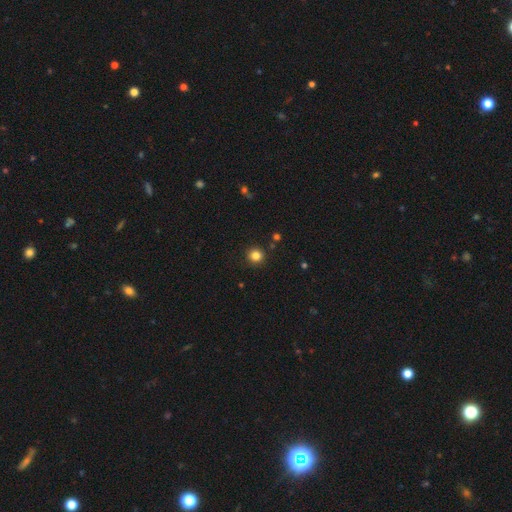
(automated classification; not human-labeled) smooth_or_featured: smooth (p=0.83) [alt: star or artifact p=0.13]
how_rounded: round (p=0.94) [alt: in between p=0.05]
merging: none (p=0.92) [alt: minor disturbance p=0.05]